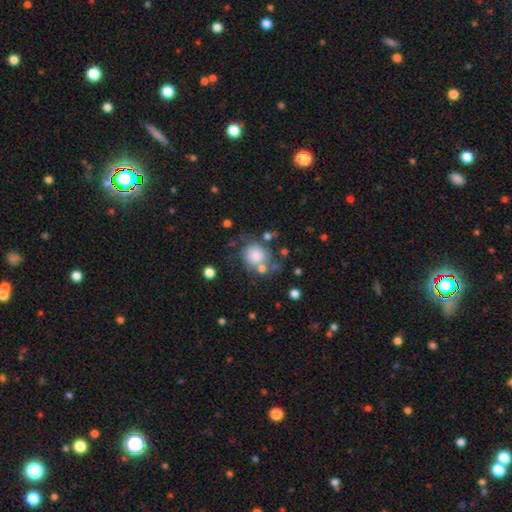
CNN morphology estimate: This is likely a smooth galaxy (75%). How rounded: likely round (76%). Merging: possibly none (51%).